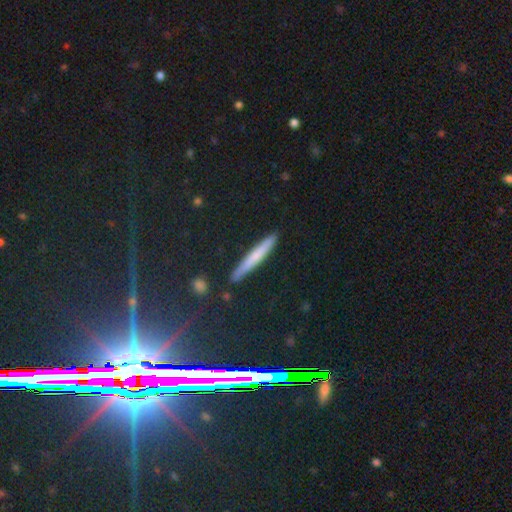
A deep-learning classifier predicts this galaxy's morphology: Overall: smooth (60%; featured or disk 30%). How rounded: cigar-shaped (94%). Merging: none (88%).